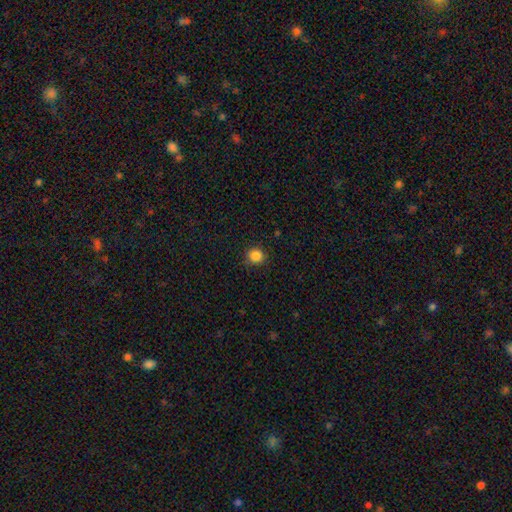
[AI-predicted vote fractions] Smooth or featured? Predicted: smooth (p=0.85). How rounded? Predicted: round (p=0.91). Merging? Predicted: none (p=0.88).